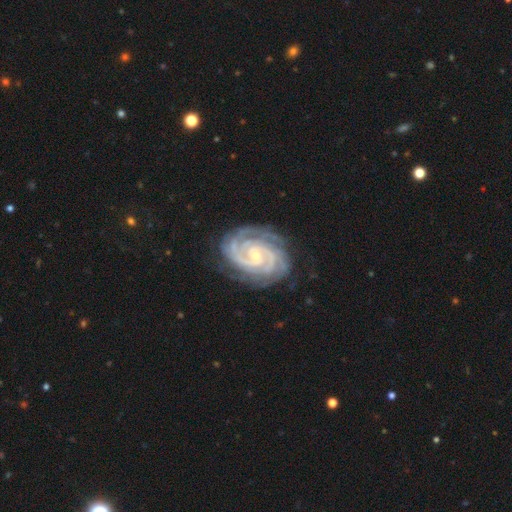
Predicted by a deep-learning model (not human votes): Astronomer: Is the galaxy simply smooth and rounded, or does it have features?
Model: featured or disk — 93%.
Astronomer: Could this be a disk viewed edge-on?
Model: no — 98%.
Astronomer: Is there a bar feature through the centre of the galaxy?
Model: no — 53% (runner-up: weak, 32%).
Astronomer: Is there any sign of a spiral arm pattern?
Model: yes — 99%.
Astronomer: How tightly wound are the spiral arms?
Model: tight — 78%.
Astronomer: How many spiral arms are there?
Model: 2 — 45% (runner-up: 3, 22%).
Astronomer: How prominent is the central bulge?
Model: small — 75%.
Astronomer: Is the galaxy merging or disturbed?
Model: none — 79%.